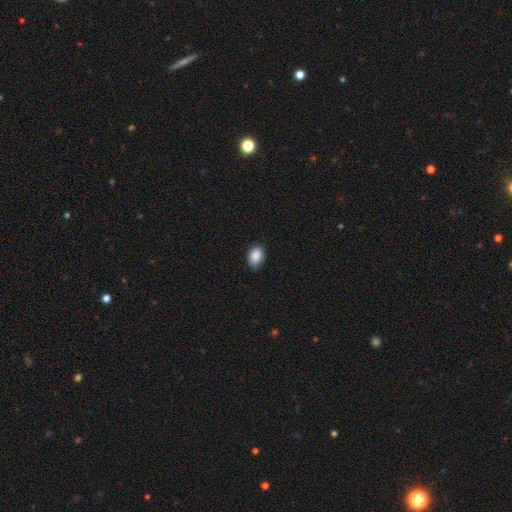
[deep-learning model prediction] smooth_or_featured: smooth (p=0.89) [alt: star or artifact p=0.07]
how_rounded: in between (p=0.83) [alt: round p=0.16]
merging: none (p=0.86) [alt: minor disturbance p=0.11]